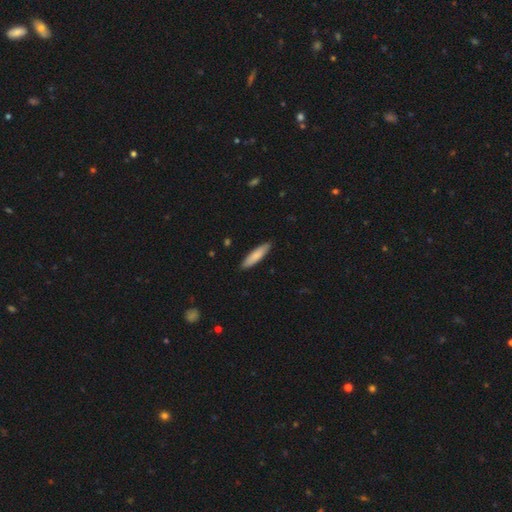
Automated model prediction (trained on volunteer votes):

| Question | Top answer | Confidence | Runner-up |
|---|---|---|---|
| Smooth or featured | smooth | 83% | featured or disk (12%) |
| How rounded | cigar-shaped | 76% | in between (23%) |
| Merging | none | 89% | minor disturbance (8%) |